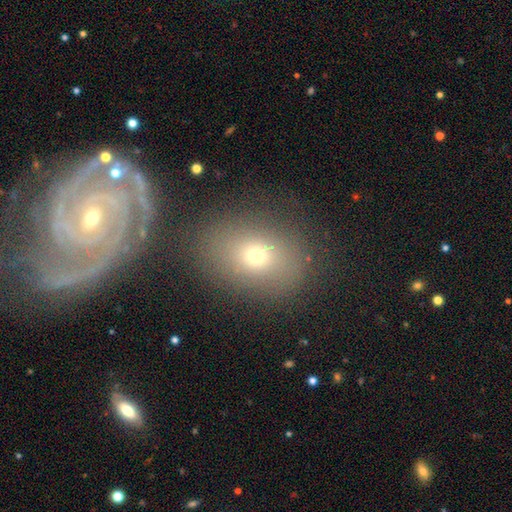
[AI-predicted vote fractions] smooth-or-featured: smooth: 59% | featured or disk: 25% | star or artifact: 16%
  how-rounded: in between: 60% | round: 38% | cigar-shaped: 2%
  merging: none: 75% | minor disturbance: 12% | merger: 7% | major disturbance: 6%